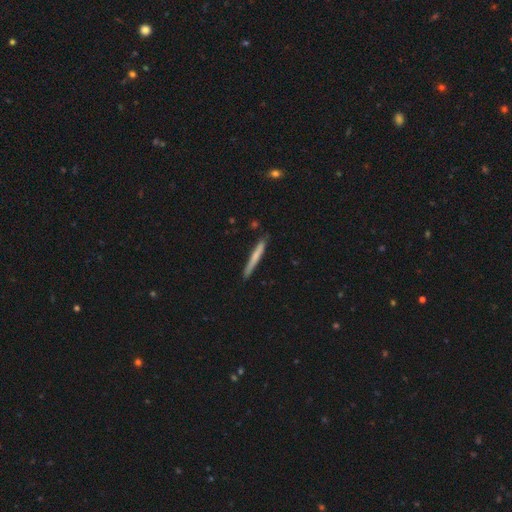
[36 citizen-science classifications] smooth-or-featured: smooth: 64% | featured or disk: 31% | star or artifact: 6%
  how-rounded: cigar-shaped: 100% | round: 0% | in between: 0%
  merging: none: 88% | minor disturbance: 12% | major disturbance: 0% | merger: 0%